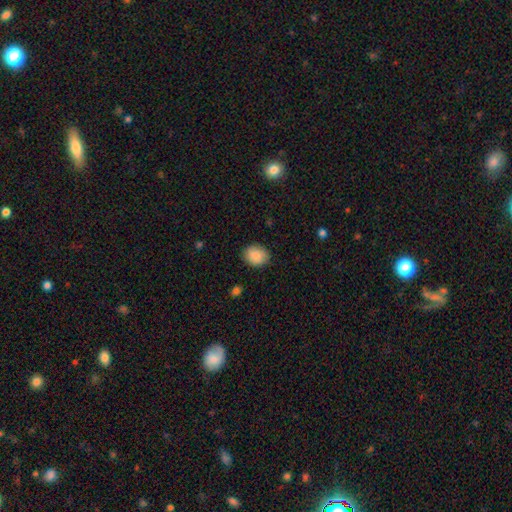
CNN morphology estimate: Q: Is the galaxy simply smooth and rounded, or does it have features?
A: smooth — 88%.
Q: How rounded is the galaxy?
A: round — 54%.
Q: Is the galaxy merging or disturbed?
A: none — 87%.